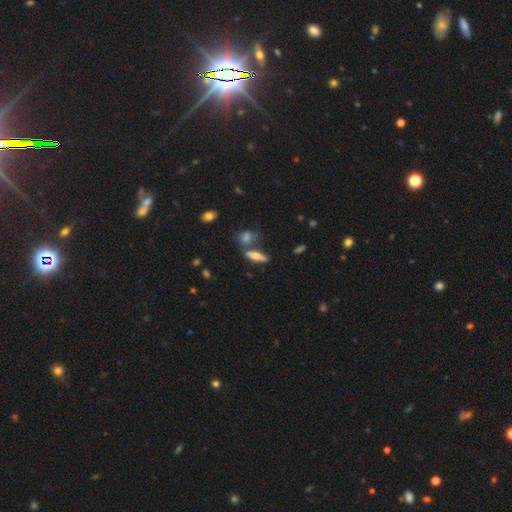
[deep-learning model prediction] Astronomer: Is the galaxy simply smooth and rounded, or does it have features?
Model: smooth — 59%.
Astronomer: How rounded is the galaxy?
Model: cigar-shaped — 52% (runner-up: in between, 44%).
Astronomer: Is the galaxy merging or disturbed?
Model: none — 63%.